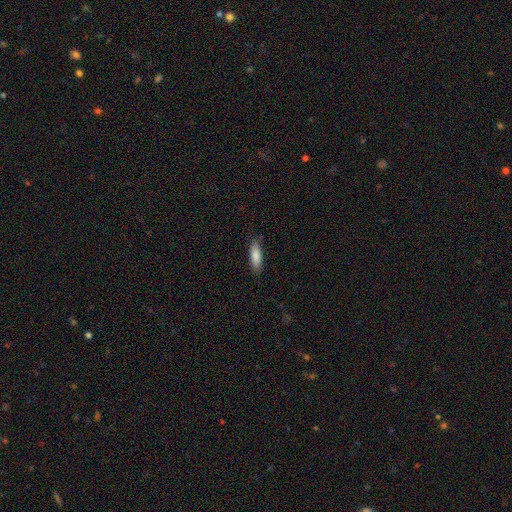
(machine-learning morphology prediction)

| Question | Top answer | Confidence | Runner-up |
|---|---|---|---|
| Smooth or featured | smooth | 85% | featured or disk (9%) |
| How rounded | in between | 49% | tied: cigar-shaped (49%) |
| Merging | none | 82% | minor disturbance (14%) |